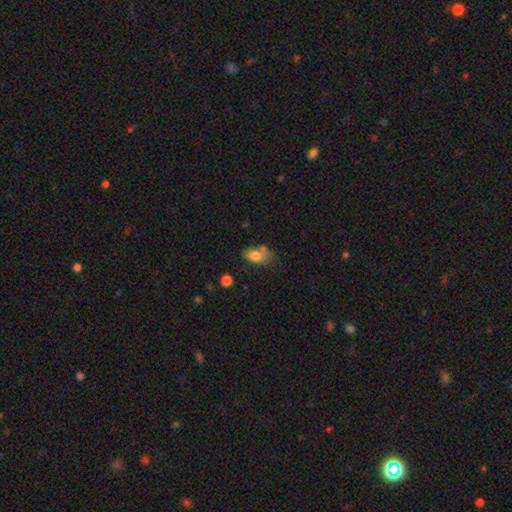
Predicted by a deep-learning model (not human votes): A smooth galaxy with no disk features (75%) that is in between round and cigar-shaped (85%).

Vote fractions:
- Smooth or featured? smooth: 75% / featured or disk: 16% / star or artifact: 9%
- How rounded? in between: 85% / round: 12% / cigar-shaped: 3%
- Merging? none: 38% / minor disturbance: 31% / major disturbance: 15% / merger: 15%